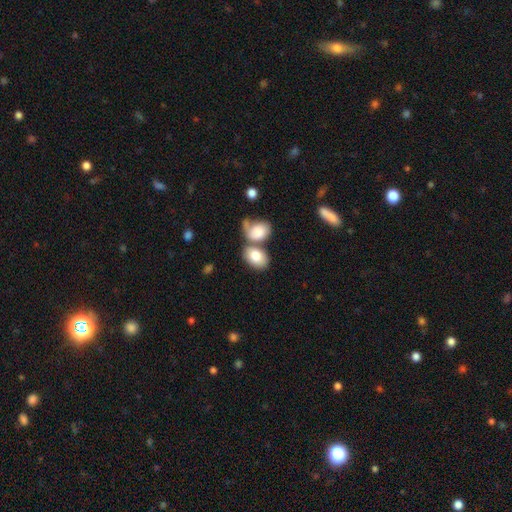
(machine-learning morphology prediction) smooth_or_featured: smooth (p=0.80) [alt: featured or disk p=0.13]
how_rounded: in between (p=0.84) [alt: round p=0.15]
merging: merger (p=0.41) [alt: none p=0.40]